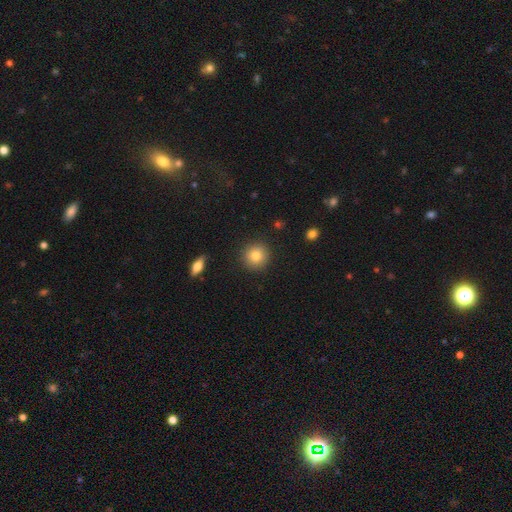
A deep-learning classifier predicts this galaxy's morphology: smooth_or_featured: smooth (p=0.81) [alt: star or artifact p=0.09]
how_rounded: round (p=0.93) [alt: in between p=0.06]
merging: none (p=0.91) [alt: minor disturbance p=0.06]